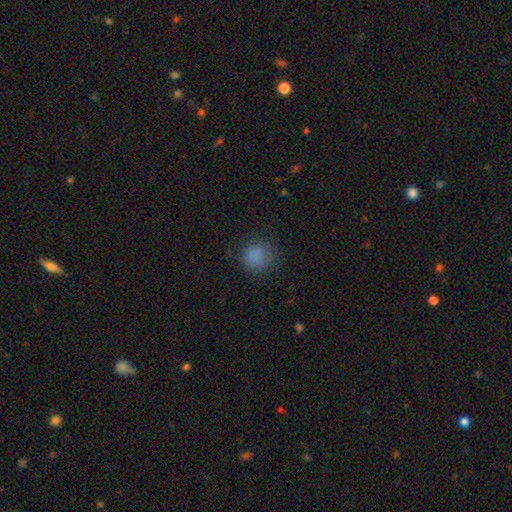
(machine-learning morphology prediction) Q: Smooth or featured?
A: smooth (82%); runner-up: star or artifact (13%)
Q: How rounded?
A: round (89%); runner-up: in between (10%)
Q: Merging?
A: none (80%); runner-up: minor disturbance (13%)